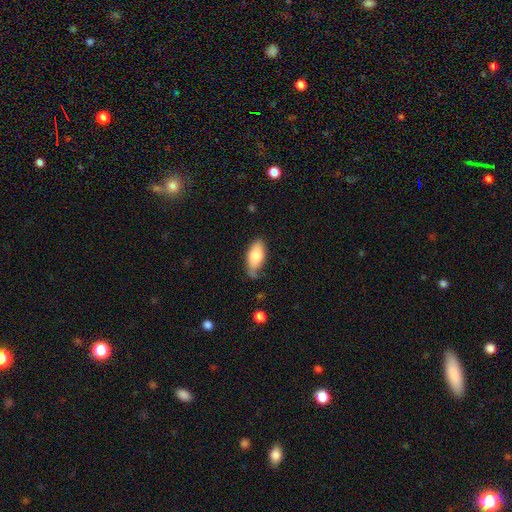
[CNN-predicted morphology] Smooth or featured? Predicted: smooth (p=0.75). How rounded? Predicted: in between (p=0.91). Merging? Predicted: none (p=0.51).